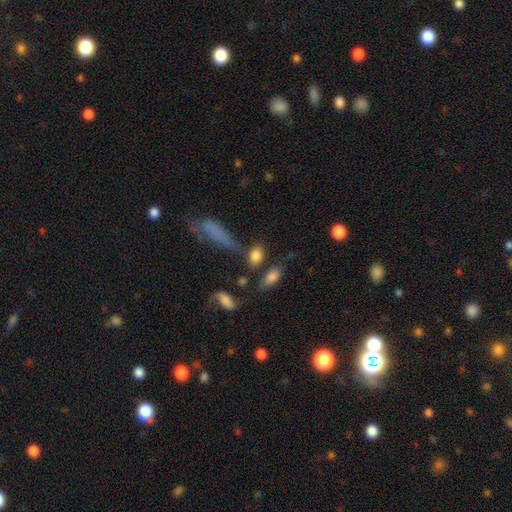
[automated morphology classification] Smooth or featured? smooth (82%)
How rounded? in between (84%)
Merging? none (63%)